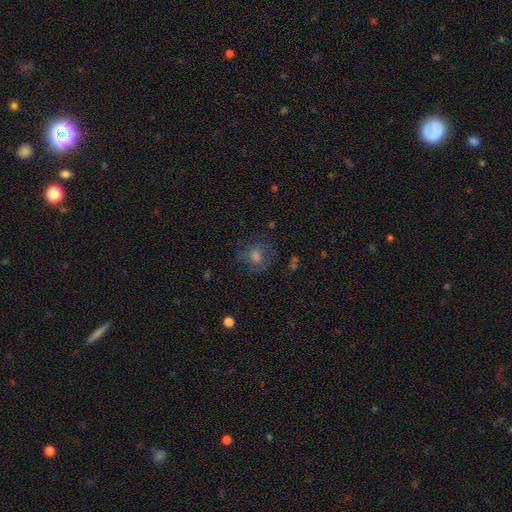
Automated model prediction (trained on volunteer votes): smooth-or-featured: smooth: 51% | featured or disk: 26% | star or artifact: 22%
  how-rounded: round: 77% | in between: 22% | cigar-shaped: 1%
  merging: none: 72% | minor disturbance: 16% | major disturbance: 10% | merger: 2%